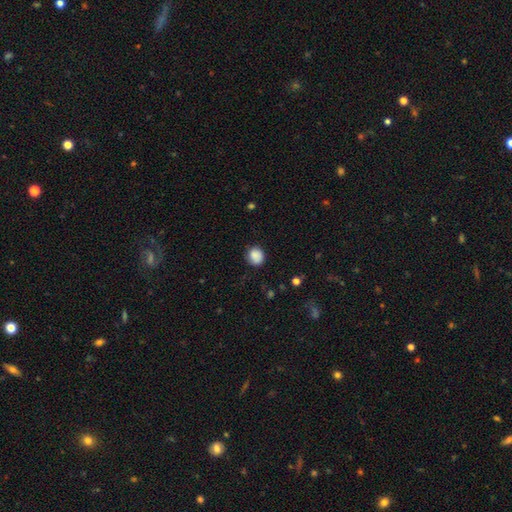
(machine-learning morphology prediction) Smooth or featured? Predicted: smooth (p=0.87). How rounded? Predicted: round (p=0.82). Merging? Predicted: none (p=0.81).